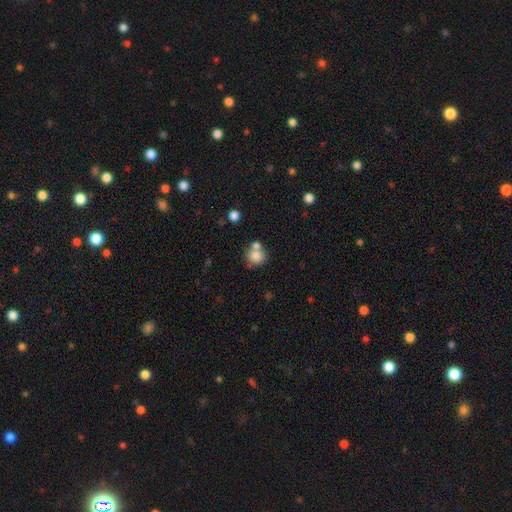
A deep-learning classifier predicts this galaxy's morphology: A smooth galaxy with no disk features (80%) that is round (84%).

Vote fractions:
- Smooth or featured? smooth: 80% / star or artifact: 10% / featured or disk: 10%
- How rounded? round: 84% / in between: 15% / cigar-shaped: 1%
- Merging? none: 53% / merger: 33% / minor disturbance: 10% / major disturbance: 4%